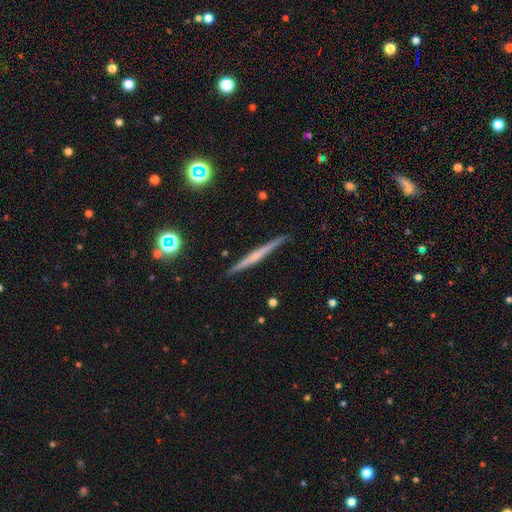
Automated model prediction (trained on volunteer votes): A featured or disk galaxy (62%) viewed edge-on (98%) with no central bulge (57%).

Vote fractions:
- Smooth or featured? featured or disk: 62% / smooth: 30% / star or artifact: 8%
- Edge-on disk? yes: 98% / no: 2%
- Edge-on bulge? none: 57% / rounded: 32% / boxy: 10%
- Merging? none: 91% / minor disturbance: 7% / major disturbance: 1% / merger: 1%